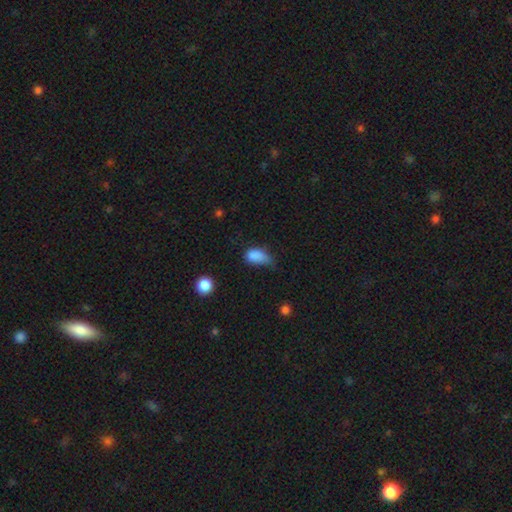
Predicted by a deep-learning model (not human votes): A smooth galaxy with no disk features (83%) that is in between round and cigar-shaped (85%). Merging: minor disturbance (45%).